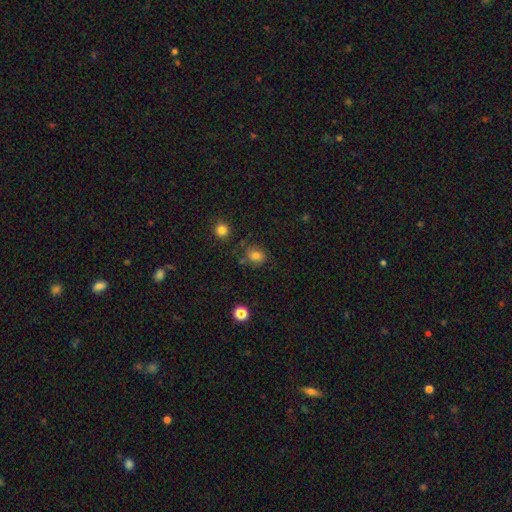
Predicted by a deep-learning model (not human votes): A smooth galaxy with no disk features (79%) that is round (52%).

Vote fractions:
- Smooth or featured? smooth: 79% / star or artifact: 14% / featured or disk: 8%
- How rounded? round: 52% / in between: 47% / cigar-shaped: 1%
- Merging? none: 70% / minor disturbance: 18% / merger: 6% / major disturbance: 6%